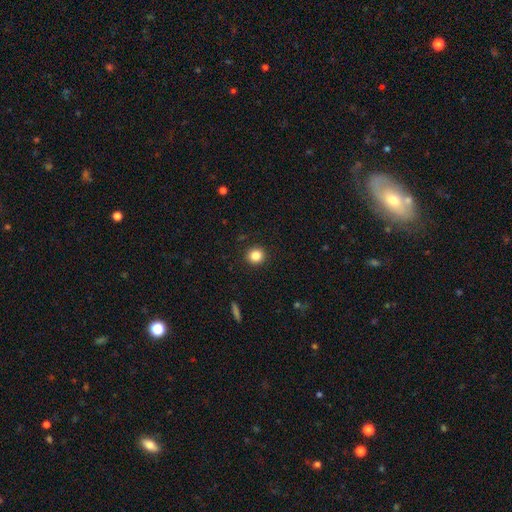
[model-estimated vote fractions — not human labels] This is clearly a smooth galaxy (84%). How rounded: clearly round (92%). Merging: clearly none (92%).